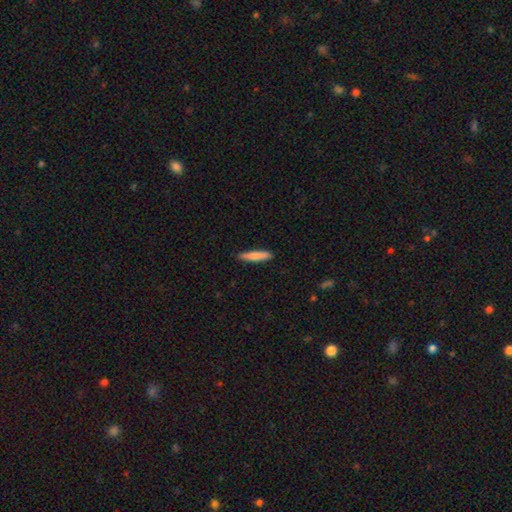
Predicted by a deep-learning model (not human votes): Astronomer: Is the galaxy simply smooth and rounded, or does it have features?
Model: smooth — 80%.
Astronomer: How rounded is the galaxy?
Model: cigar-shaped — 90%.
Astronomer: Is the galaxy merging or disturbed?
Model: none — 89%.